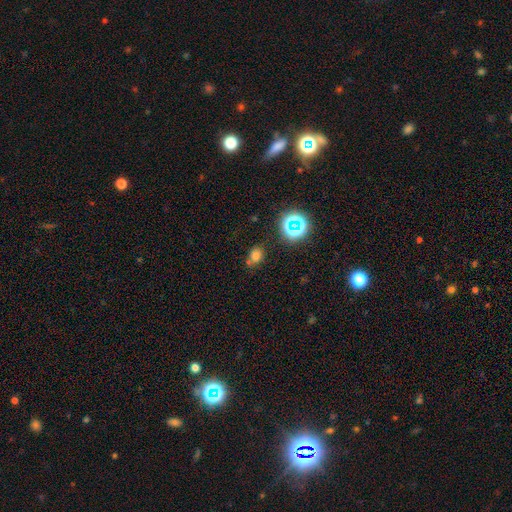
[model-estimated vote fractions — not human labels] Smooth or featured? smooth (69%)
How rounded? round (60%)
Merging? none (64%)